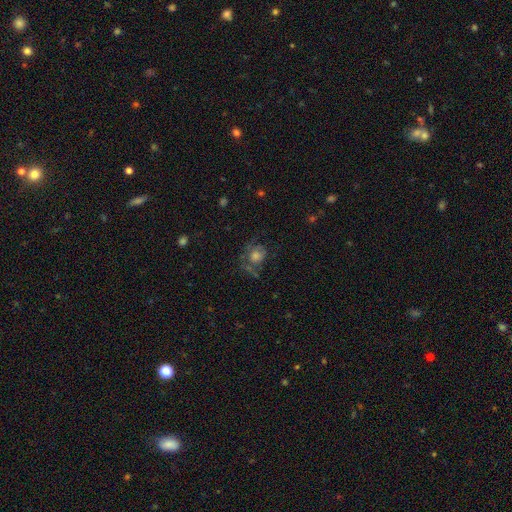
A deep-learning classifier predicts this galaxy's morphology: This is possibly a smooth galaxy (47%). Merging: possibly none (52%).